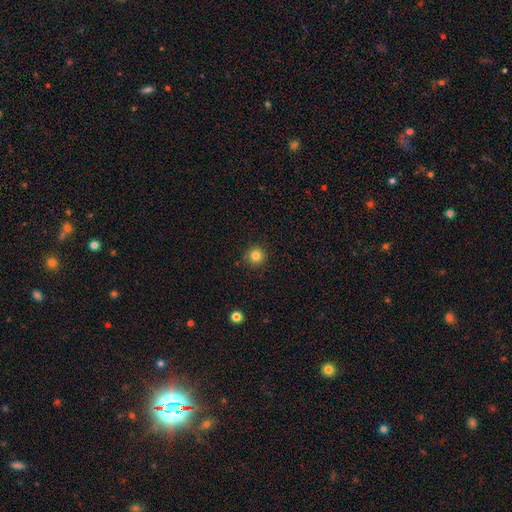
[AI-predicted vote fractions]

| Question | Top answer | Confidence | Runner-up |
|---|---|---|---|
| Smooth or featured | smooth | 82% | star or artifact (12%) |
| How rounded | round | 95% | in between (4%) |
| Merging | none | 90% | minor disturbance (6%) |